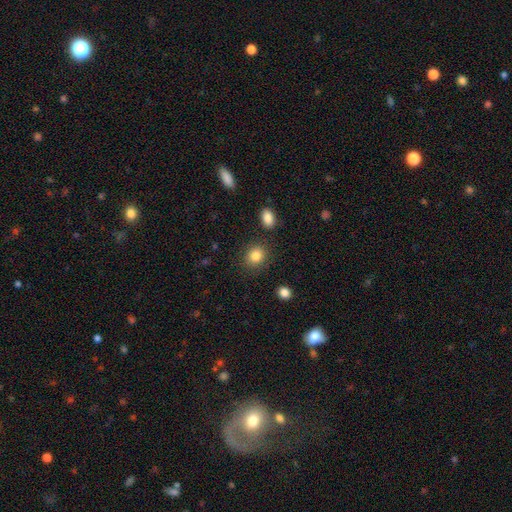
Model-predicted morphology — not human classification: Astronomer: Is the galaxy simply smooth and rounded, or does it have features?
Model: smooth — 85%.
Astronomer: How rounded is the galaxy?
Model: round — 71%.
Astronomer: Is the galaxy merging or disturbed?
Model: none — 85%.